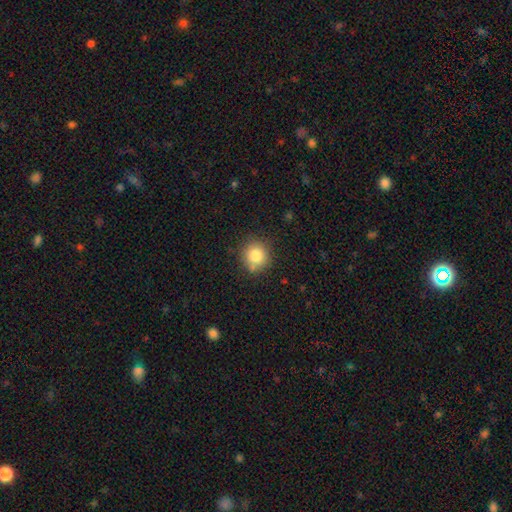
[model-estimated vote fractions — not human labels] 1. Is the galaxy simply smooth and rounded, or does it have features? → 82% smooth, 11% star or artifact, 7% featured or disk.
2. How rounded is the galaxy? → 91% round, 8% in between, 1% cigar-shaped.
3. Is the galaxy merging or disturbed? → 81% none, 12% minor disturbance, 4% merger, 3% major disturbance.